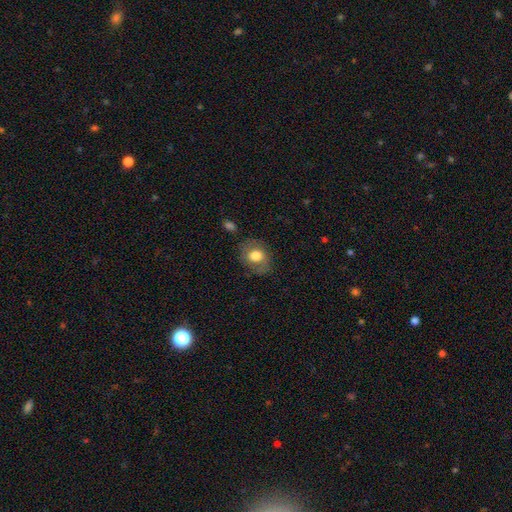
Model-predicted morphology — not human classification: smooth 70%, featured or disk 22%, star or artifact 8%. Down the decision tree: how rounded — round (53%); merging — none (72%).